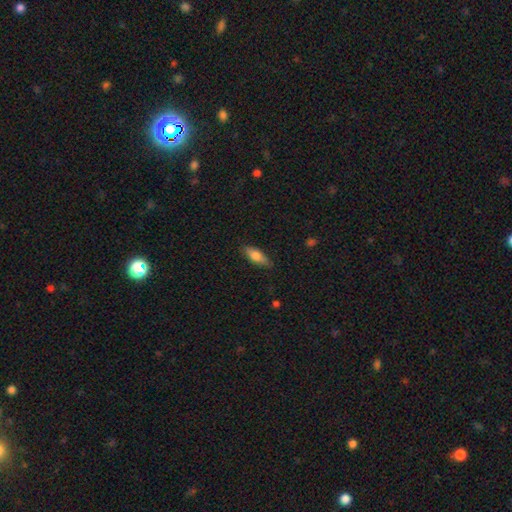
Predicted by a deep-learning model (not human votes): Morphology: type=smooth (77%); roundness=in between (64%); merging=none (82%).